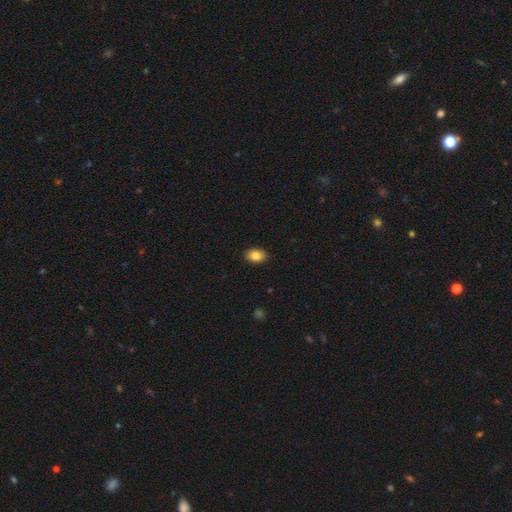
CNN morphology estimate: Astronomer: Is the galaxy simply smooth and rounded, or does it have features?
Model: smooth — 85%.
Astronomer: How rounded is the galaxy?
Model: in between — 85%.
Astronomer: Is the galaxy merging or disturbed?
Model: none — 89%.